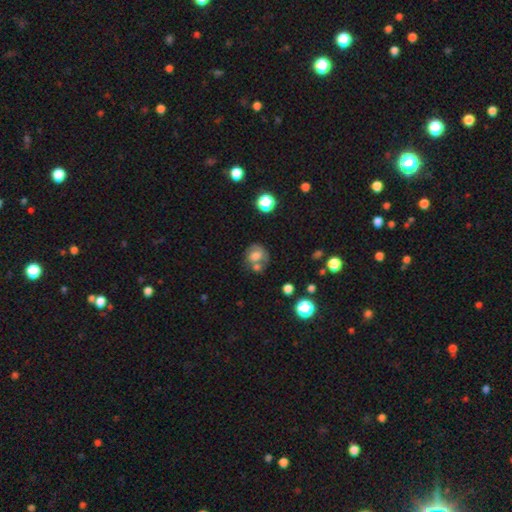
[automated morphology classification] Q: Smooth or featured?
A: smooth (54%); runner-up: featured or disk (33%)
Q: How rounded?
A: round (68%); runner-up: in between (31%)
Q: Merging?
A: none (43%); runner-up: merger (29%)